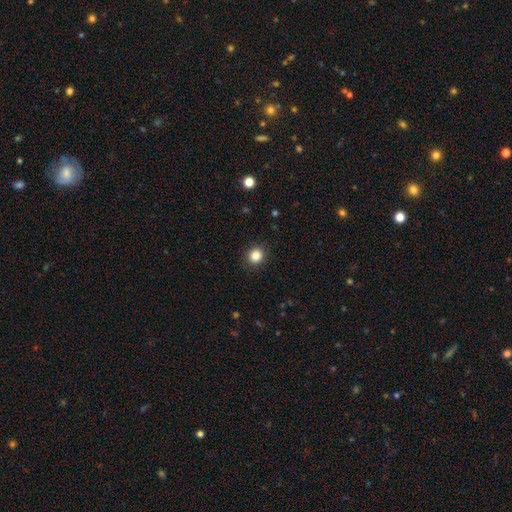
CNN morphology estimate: Smooth or featured? smooth (85%)
How rounded? round (87%)
Merging? none (90%)